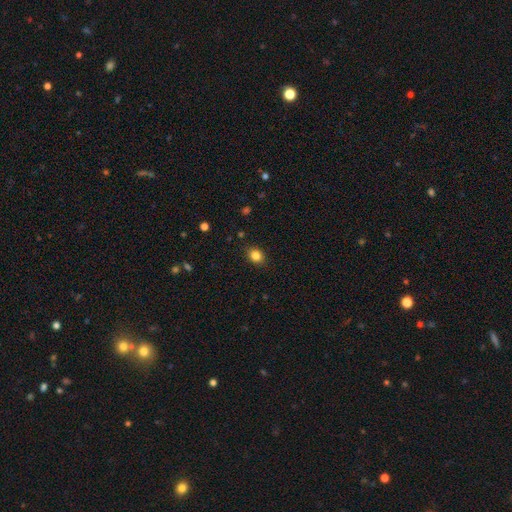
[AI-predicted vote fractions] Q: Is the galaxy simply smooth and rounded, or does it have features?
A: smooth — 84%.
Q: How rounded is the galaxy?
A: round — 52%.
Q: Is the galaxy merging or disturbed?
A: none — 88%.